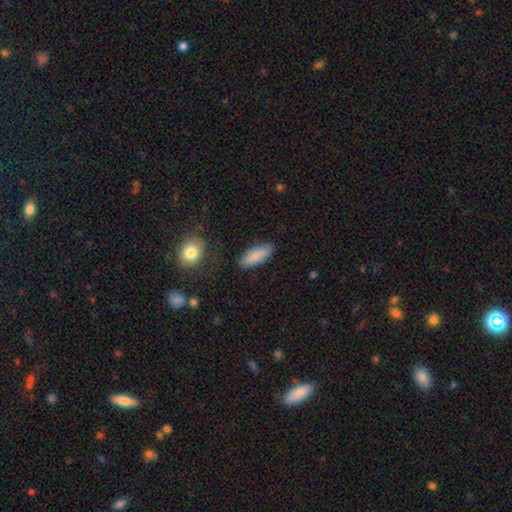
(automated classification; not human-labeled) smooth-or-featured: smooth: 86% | featured or disk: 8% | star or artifact: 6%
  how-rounded: in between: 69% | cigar-shaped: 29% | round: 2%
  merging: none: 82% | minor disturbance: 12% | major disturbance: 3% | merger: 2%